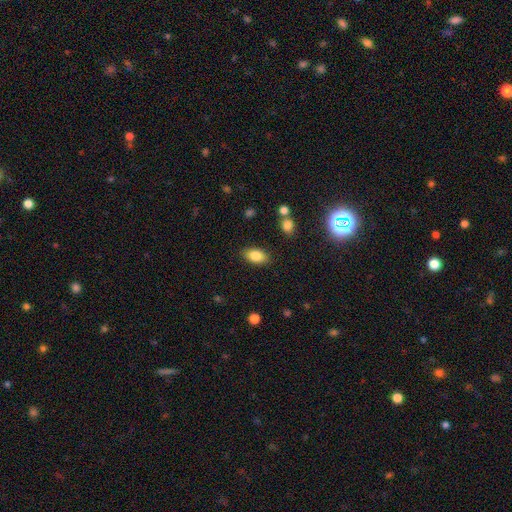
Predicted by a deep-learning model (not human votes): smooth 85%, star or artifact 8%, featured or disk 7%. Down the decision tree: how rounded — in between (91%); merging — none (86%).